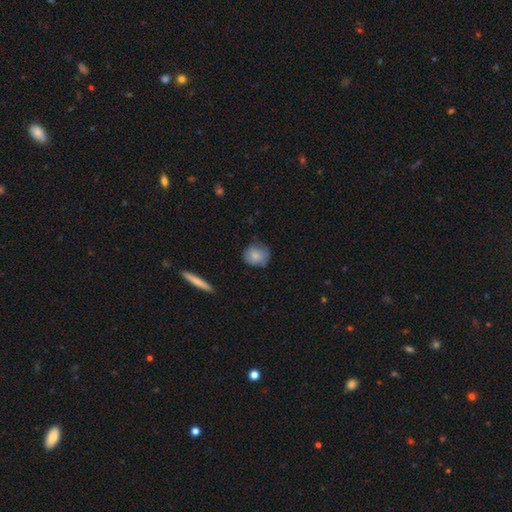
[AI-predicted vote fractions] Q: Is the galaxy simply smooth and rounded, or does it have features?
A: smooth — 80%.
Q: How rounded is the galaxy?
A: round — 76%.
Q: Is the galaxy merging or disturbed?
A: none — 69%.